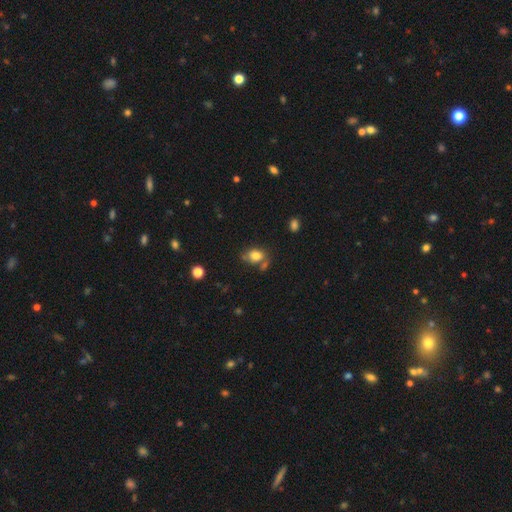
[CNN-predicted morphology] The model was most divided on "how rounded": in between: 65%, round: 34%, cigar-shaped: 1%. More confident: smooth or featured — smooth (79%); merging — none (57%).